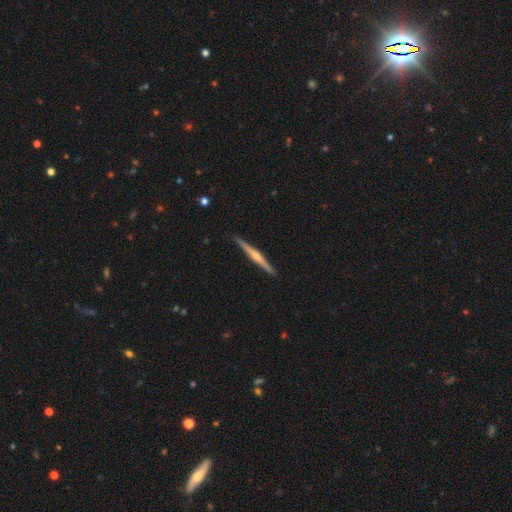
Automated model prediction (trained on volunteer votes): smooth-or-featured: featured or disk: 75% | smooth: 20% | star or artifact: 5%
  disk-edge-on: yes: 98% | no: 2%
    edge-on-bulge: rounded: 82% | none: 12% | boxy: 6%
  merging: none: 92% | minor disturbance: 6% | major disturbance: 1% | merger: 1%